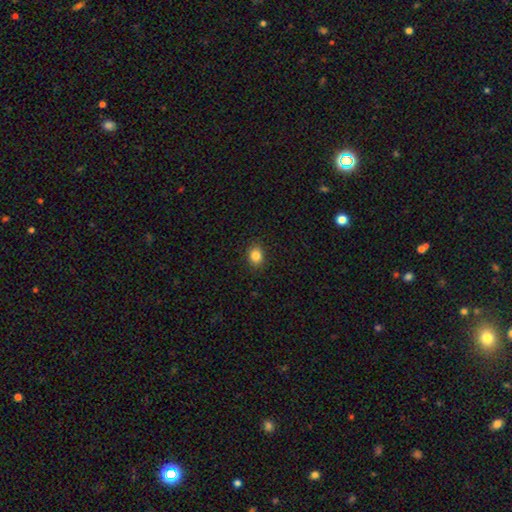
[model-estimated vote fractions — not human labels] Smooth or featured?
  - smooth: 85% *
  - star or artifact: 10%
  - featured or disk: 5%
How rounded?
  - round: 52% *
  - in between: 47%
  - cigar-shaped: 1%
Merging?
  - none: 89% *
  - minor disturbance: 8%
  - major disturbance: 2%
  - merger: 1%